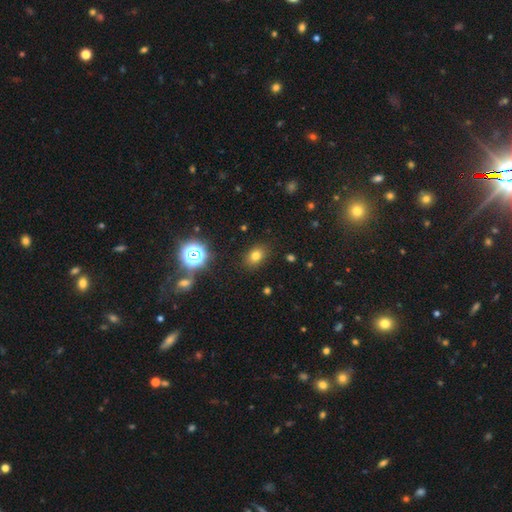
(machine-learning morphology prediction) type=smooth (76%); roundness=in between (65%); merging=none (86%).